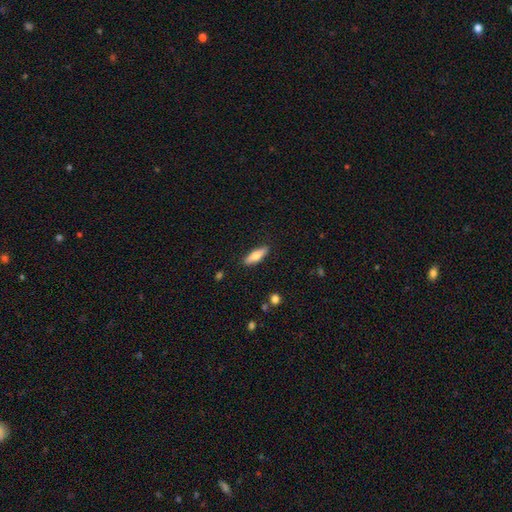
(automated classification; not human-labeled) A smooth galaxy with no disk features (66%) that is cigar-shaped (50%). Merging: none (88%).